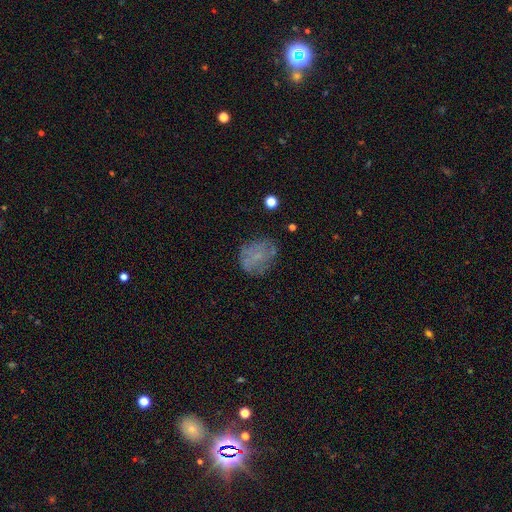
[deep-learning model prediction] This is possibly a smooth galaxy (48%). Merging: likely none (66%).